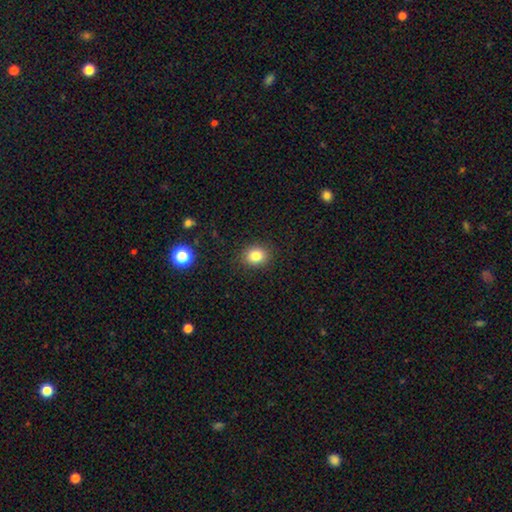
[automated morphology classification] smooth_or_featured: smooth (p=0.82) [alt: star or artifact p=0.11]
how_rounded: round (p=0.66) [alt: in between p=0.33]
merging: none (p=0.88) [alt: minor disturbance p=0.08]